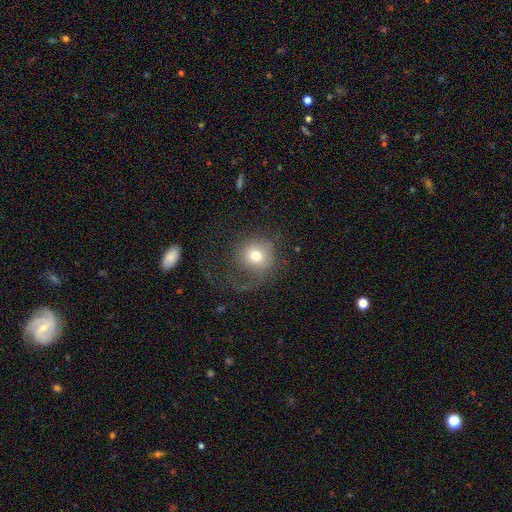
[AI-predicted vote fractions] Smooth or featured?
  - smooth: 69% *
  - featured or disk: 20%
  - star or artifact: 12%
How rounded?
  - round: 87% *
  - in between: 12%
  - cigar-shaped: 1%
Merging?
  - none: 45% *
  - major disturbance: 36%
  - minor disturbance: 17%
  - merger: 2%